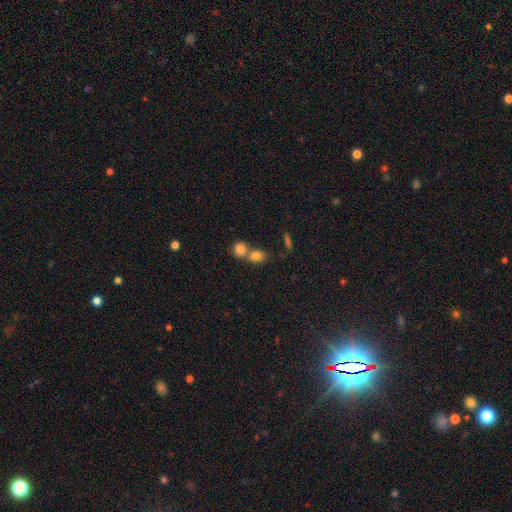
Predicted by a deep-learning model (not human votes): Overall: smooth (81%). How rounded: in between (52%; round 46%). Merging: merger (53%; none 37%).